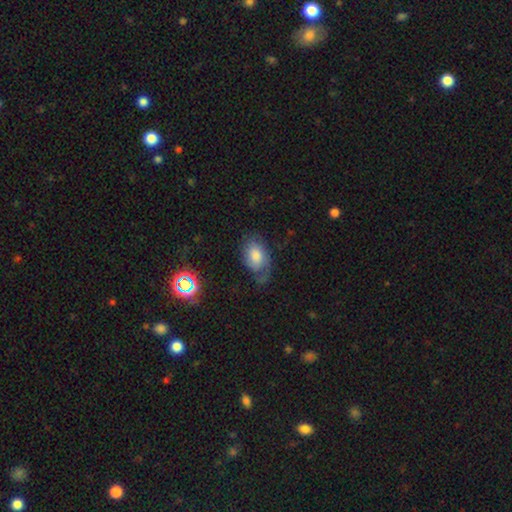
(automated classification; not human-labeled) smooth 51%, featured or disk 38%, star or artifact 10%. Down the decision tree: how rounded — in between (86%); merging — none (44%).